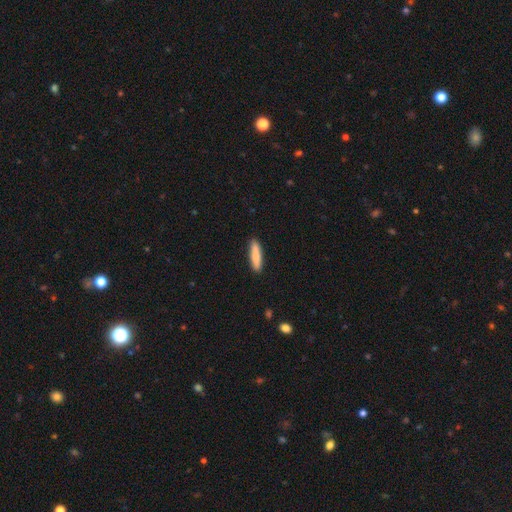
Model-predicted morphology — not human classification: Smooth or featured?
  - smooth: 84% *
  - featured or disk: 11%
  - star or artifact: 5%
How rounded?
  - cigar-shaped: 78% *
  - in between: 21%
  - round: 1%
Merging?
  - none: 90% *
  - minor disturbance: 7%
  - major disturbance: 2%
  - merger: 1%